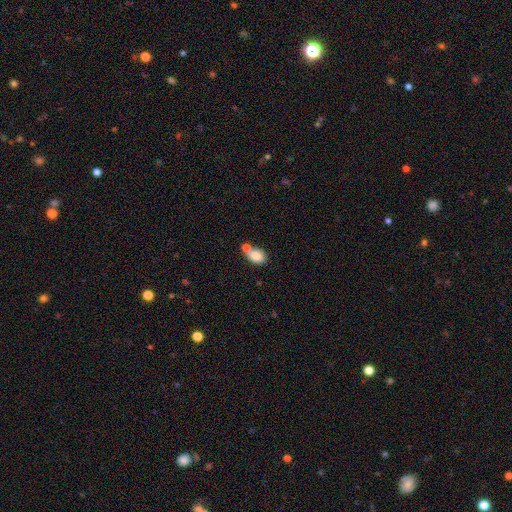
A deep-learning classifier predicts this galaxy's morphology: This is clearly a smooth galaxy (83%). How rounded: likely in between (77%). Merging: marginally merger (44%).